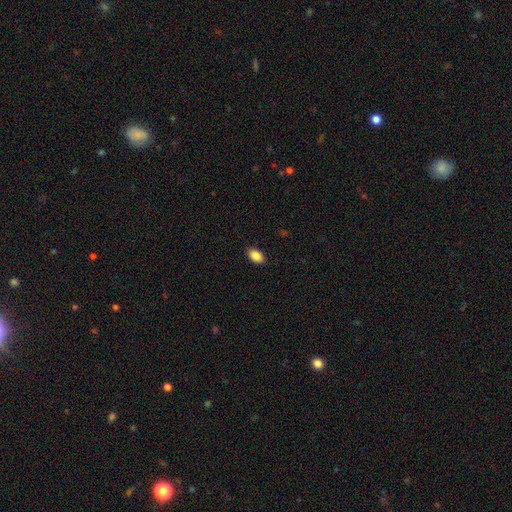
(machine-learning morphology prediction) smooth_or_featured: smooth (p=0.88) [alt: star or artifact p=0.08]
how_rounded: in between (p=0.90) [alt: round p=0.08]
merging: none (p=0.89) [alt: minor disturbance p=0.08]